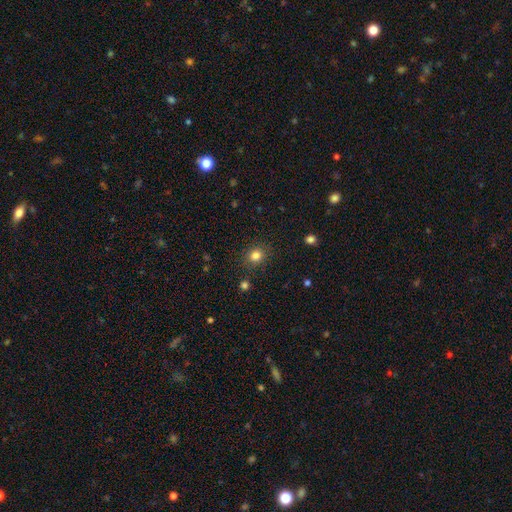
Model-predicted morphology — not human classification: smooth 82%, star or artifact 13%, featured or disk 5%. Down the decision tree: how rounded — round (76%); merging — none (87%).